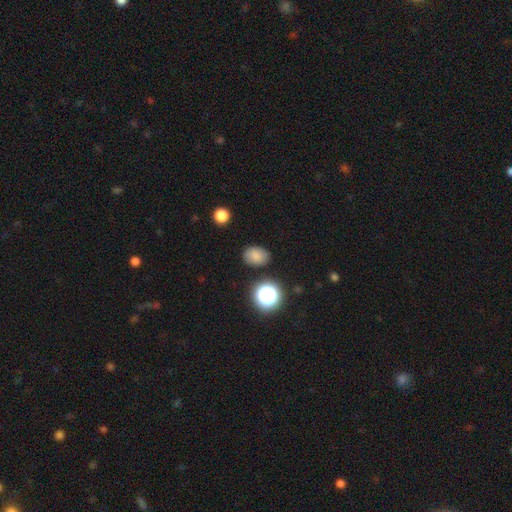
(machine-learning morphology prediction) A smooth galaxy with no disk features (79%) that is in between round and cigar-shaped (73%). Merging: none (81%).